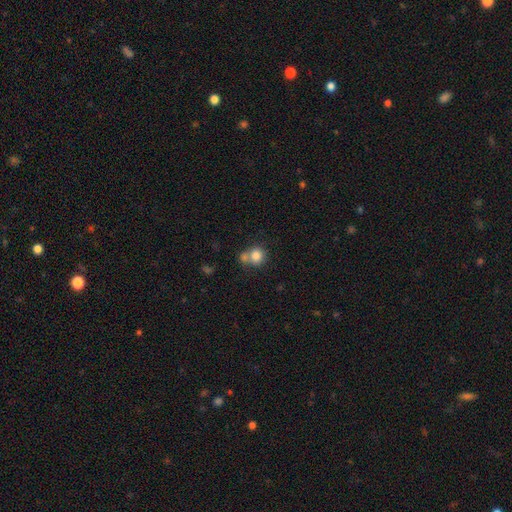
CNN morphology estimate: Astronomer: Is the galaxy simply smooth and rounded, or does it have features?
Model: smooth — 81%.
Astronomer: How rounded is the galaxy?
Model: round — 82%.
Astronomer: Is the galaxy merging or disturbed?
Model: none — 46% (runner-up: merger, 40%).